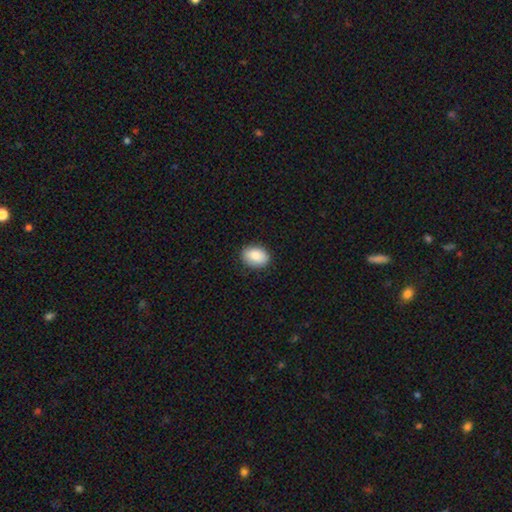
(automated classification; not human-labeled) Q: Smooth or featured?
A: smooth (87%); runner-up: star or artifact (7%)
Q: How rounded?
A: in between (75%); runner-up: round (24%)
Q: Merging?
A: none (87%); runner-up: minor disturbance (10%)